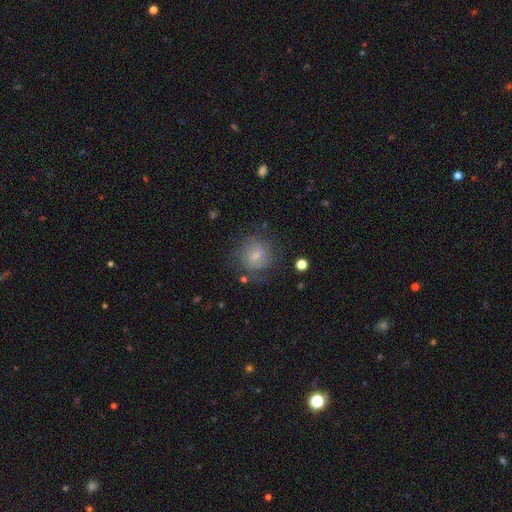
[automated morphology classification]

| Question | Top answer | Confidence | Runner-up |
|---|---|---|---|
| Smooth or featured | smooth | 48% | featured or disk (42%) |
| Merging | none | 63% | minor disturbance (20%) |